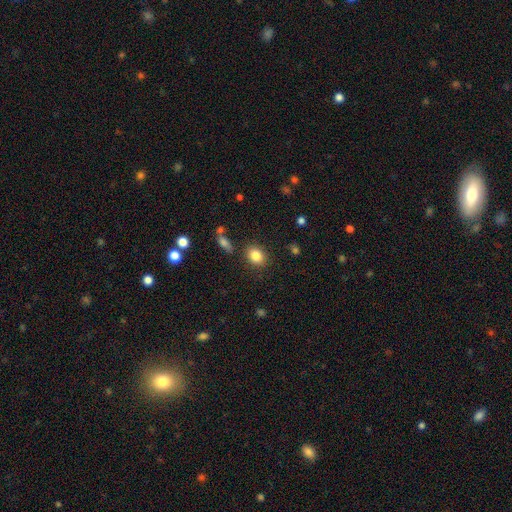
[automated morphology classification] The model was most divided on "how rounded": in between: 53%, round: 46%, cigar-shaped: 1%. More confident: merging — none (84%); smooth or featured — smooth (84%).